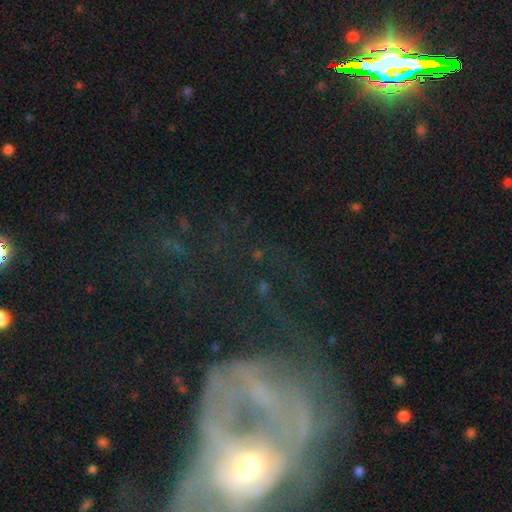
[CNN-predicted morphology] smooth-or-featured: featured or disk: 53% | star or artifact: 30% | smooth: 16%
  disk-edge-on: no: 92% | yes: 8%
  merging: none: 41% | major disturbance: 31% | minor disturbance: 15% | merger: 12%